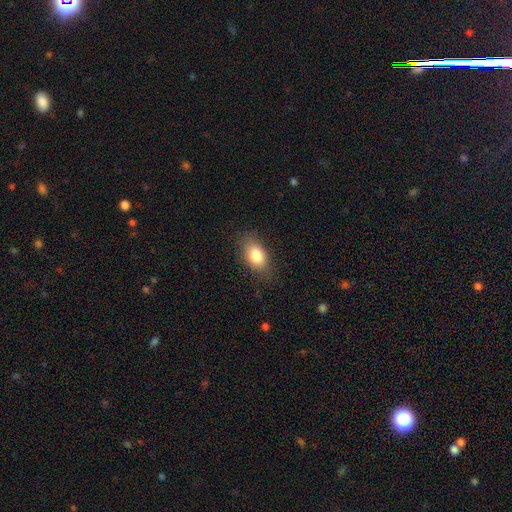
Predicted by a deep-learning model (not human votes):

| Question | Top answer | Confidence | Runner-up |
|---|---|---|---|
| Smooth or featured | smooth | 81% | featured or disk (11%) |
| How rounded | in between | 87% | round (10%) |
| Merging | none | 80% | minor disturbance (15%) |